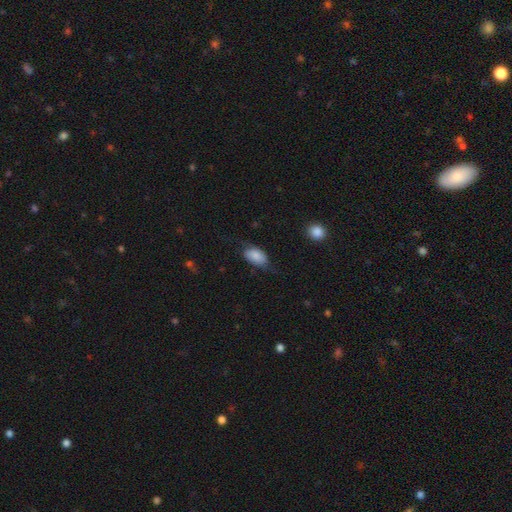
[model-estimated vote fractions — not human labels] smooth 76%, featured or disk 16%, star or artifact 7%. Down the decision tree: how rounded — in between (92%); merging — none (55%).